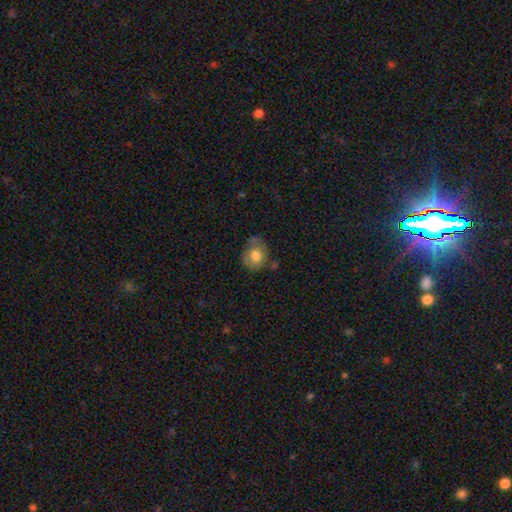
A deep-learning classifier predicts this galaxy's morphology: This appears to be a smooth galaxy with no disk features (69%) that is round (60%). Merging: none (59%).